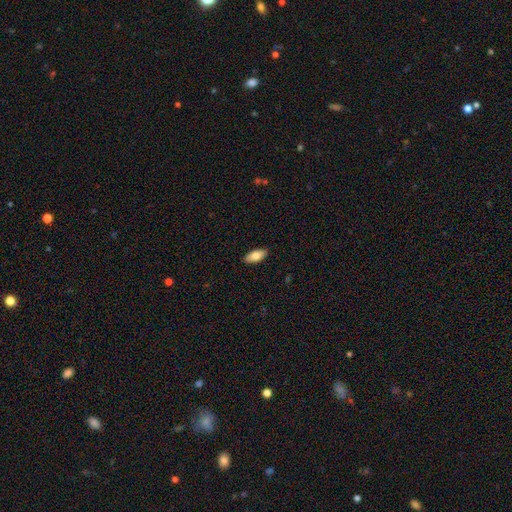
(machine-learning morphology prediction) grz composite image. It shows a smooth galaxy with no disk features (77%) that is in between round and cigar-shaped (86%). Merging: none (90%).